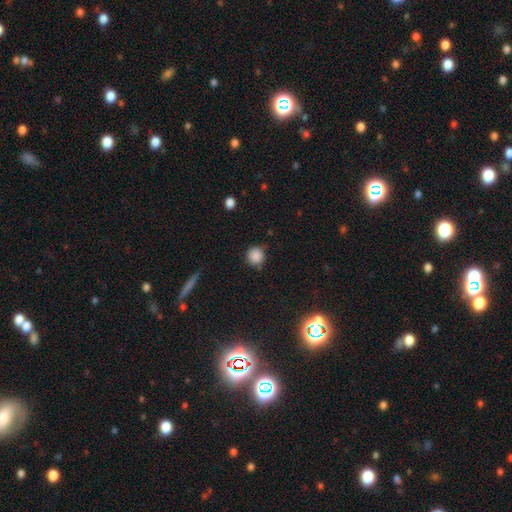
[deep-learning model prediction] This is clearly a smooth galaxy (86%). How rounded: clearly round (92%). Merging: clearly none (81%).